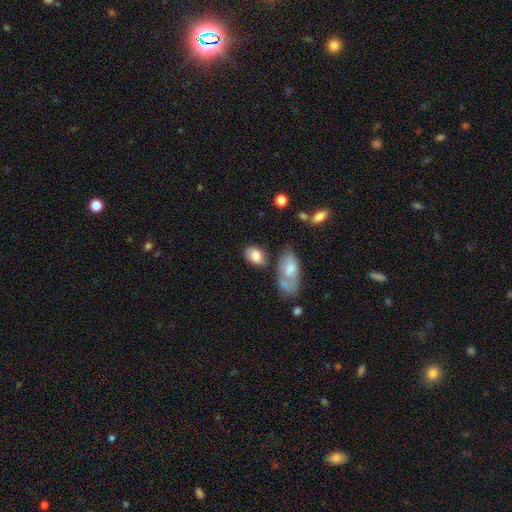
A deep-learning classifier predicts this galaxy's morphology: A smooth galaxy with no disk features (79%) that is in between round and cigar-shaped (84%).

Vote fractions:
- Smooth or featured? smooth: 79% / featured or disk: 14% / star or artifact: 7%
- How rounded? in between: 84% / round: 15% / cigar-shaped: 2%
- Merging? none: 61% / minor disturbance: 21% / merger: 11% / major disturbance: 7%